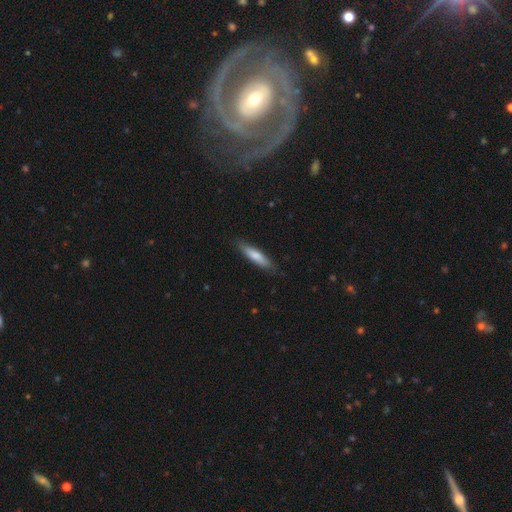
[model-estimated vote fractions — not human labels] Smooth or featured? Predicted: smooth (p=0.74). How rounded? Predicted: cigar-shaped (p=0.79). Merging? Predicted: none (p=0.83).